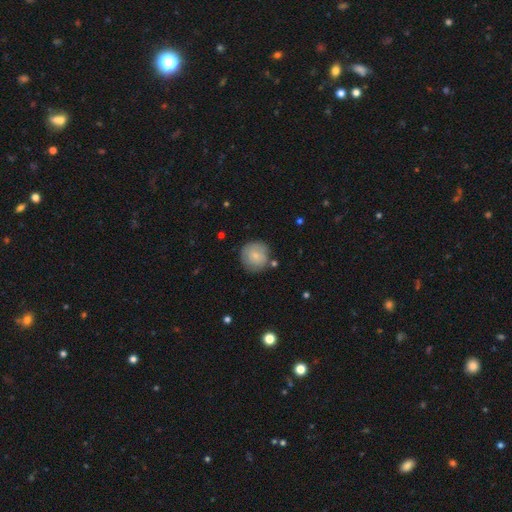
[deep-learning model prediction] A smooth galaxy with no disk features (74%) that is round (93%). Merging: none (76%).